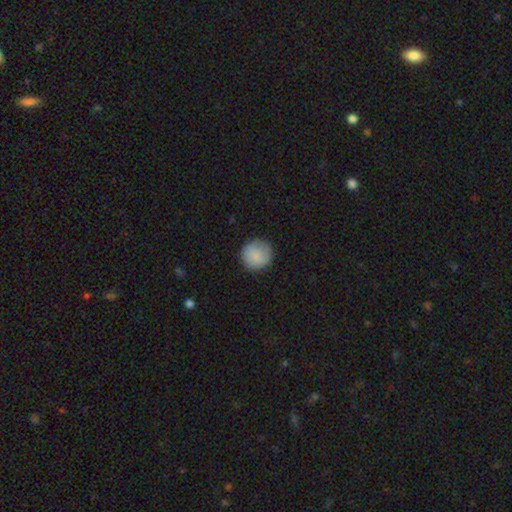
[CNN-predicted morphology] smooth_or_featured: smooth (p=0.87) [alt: star or artifact p=0.07]
how_rounded: round (p=0.95) [alt: in between p=0.04]
merging: none (p=0.88) [alt: minor disturbance p=0.09]